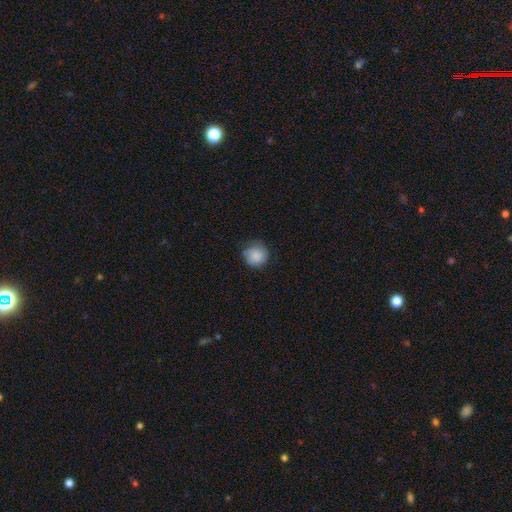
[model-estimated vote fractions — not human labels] This appears to be a smooth galaxy with no disk features (87%) that is round (91%). Merging: none (75%).